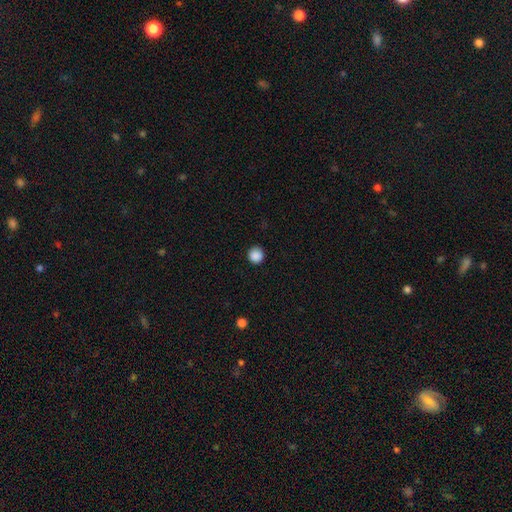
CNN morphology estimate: Overall: smooth (88%). How rounded: round (94%). Merging: none (92%).